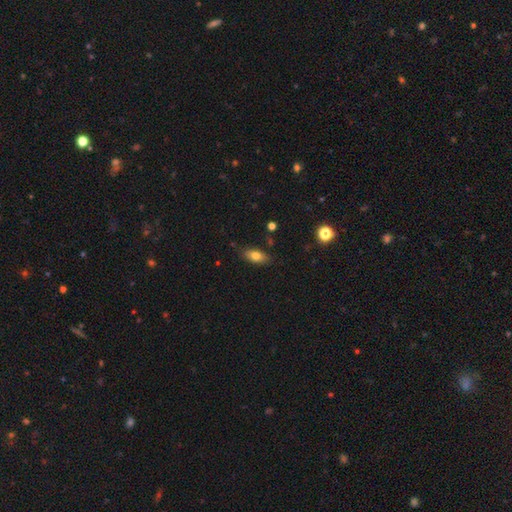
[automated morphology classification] Smooth or featured? smooth (74%)
How rounded? in between (83%)
Merging? none (82%)